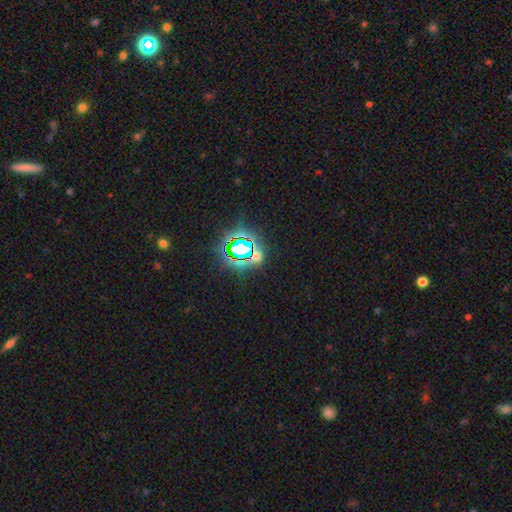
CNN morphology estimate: This is likely a star or artifact rather than a galaxy (69%).